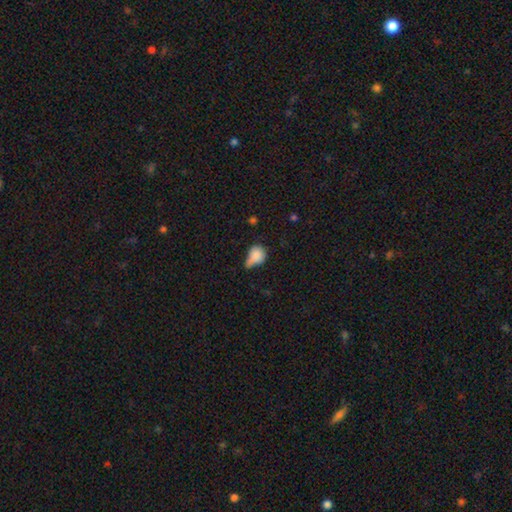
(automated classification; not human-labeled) Smooth or featured?
  - smooth: 80% *
  - featured or disk: 11%
  - star or artifact: 10%
How rounded?
  - round: 57% *
  - in between: 41%
  - cigar-shaped: 2%
Merging?
  - minor disturbance: 38% *
  - none: 28%
  - major disturbance: 18%
  - merger: 16%